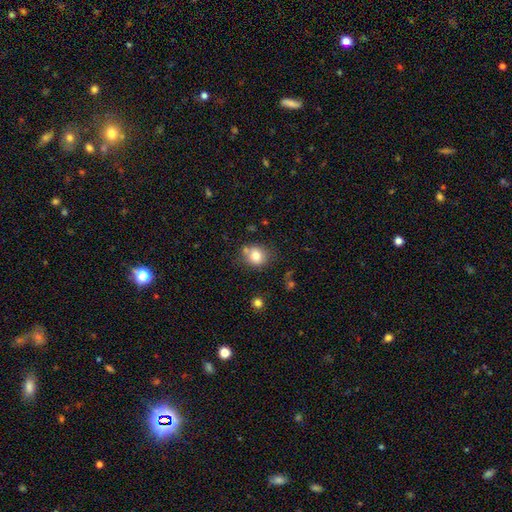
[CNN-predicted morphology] Smooth or featured?
  - smooth: 79% *
  - star or artifact: 11%
  - featured or disk: 10%
How rounded?
  - round: 75% *
  - in between: 24%
  - cigar-shaped: 1%
Merging?
  - none: 67% *
  - minor disturbance: 16%
  - merger: 12%
  - major disturbance: 5%